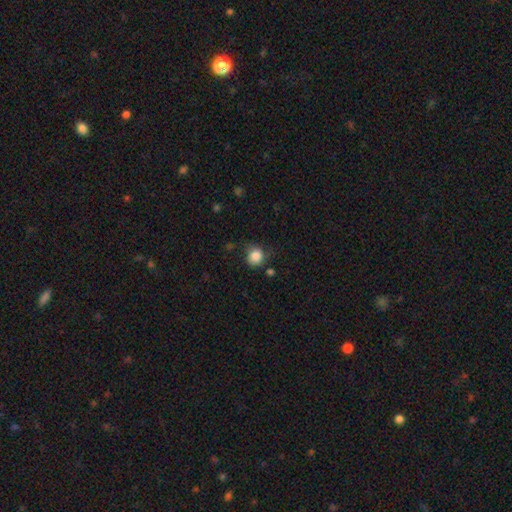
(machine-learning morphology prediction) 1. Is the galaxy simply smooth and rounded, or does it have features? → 85% smooth, 9% star or artifact, 6% featured or disk.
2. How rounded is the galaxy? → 82% round, 17% in between, 1% cigar-shaped.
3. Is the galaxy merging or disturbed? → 64% none, 24% minor disturbance, 8% major disturbance, 3% merger.